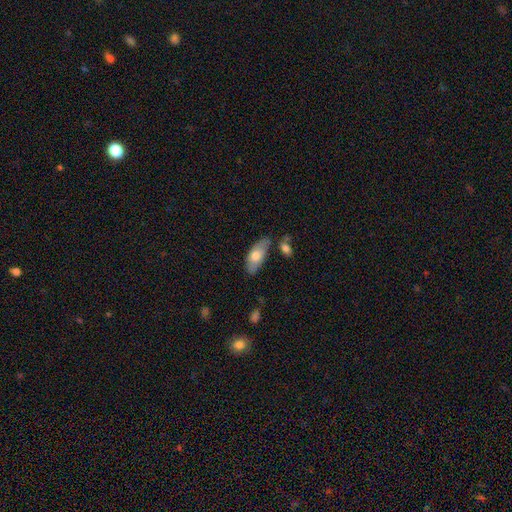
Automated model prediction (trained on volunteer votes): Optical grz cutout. It shows a smooth galaxy with no disk features (68%) that is in between round and cigar-shaped (85%). Merging: none (65%).